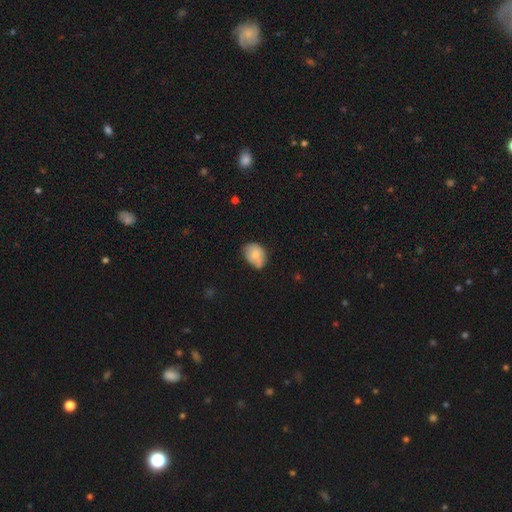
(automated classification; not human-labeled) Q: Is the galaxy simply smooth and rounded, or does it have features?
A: smooth — 72%.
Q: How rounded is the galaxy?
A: in between — 70%.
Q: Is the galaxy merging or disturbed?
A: none — 48%.